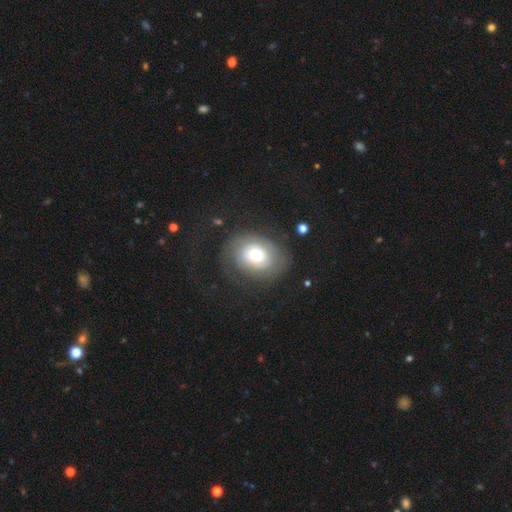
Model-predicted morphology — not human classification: A featured or disk galaxy (48%).

Vote fractions:
- Smooth or featured? featured or disk: 48% / smooth: 43% / star or artifact: 9%
- Merging? none: 67% / minor disturbance: 16% / major disturbance: 16% / merger: 2%